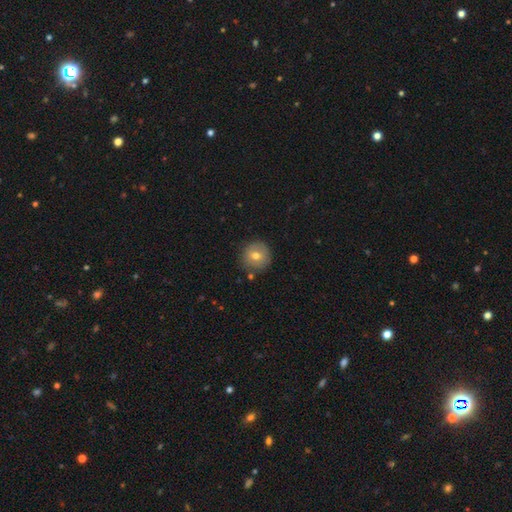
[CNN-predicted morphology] smooth_or_featured: smooth (p=0.72) [alt: featured or disk p=0.19]
how_rounded: round (p=0.94) [alt: in between p=0.05]
merging: none (p=0.84) [alt: minor disturbance p=0.10]